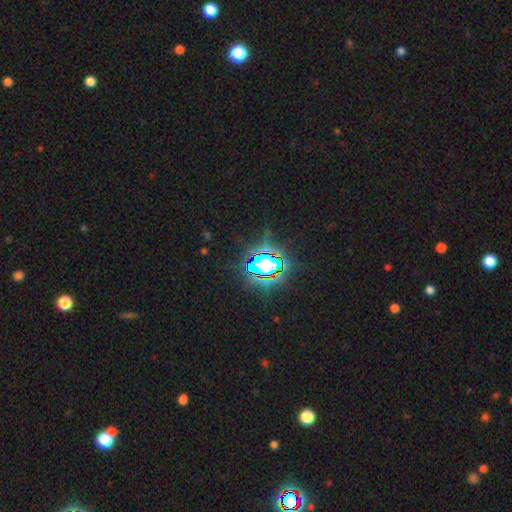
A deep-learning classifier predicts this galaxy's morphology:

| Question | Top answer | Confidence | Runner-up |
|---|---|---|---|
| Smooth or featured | star or artifact | 75% | smooth (15%) |